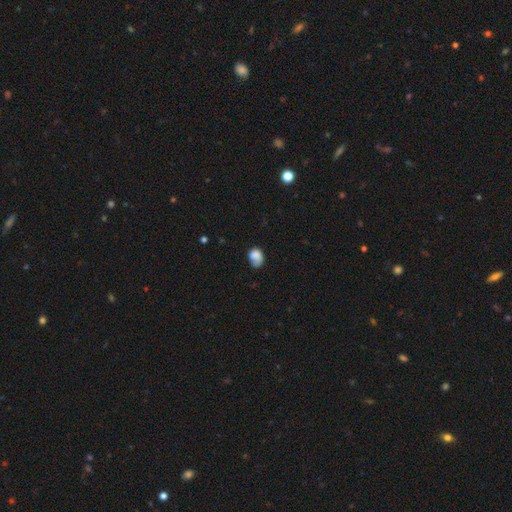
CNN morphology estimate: A smooth galaxy with no disk features (79%) that is in between round and cigar-shaped (61%). Merging: none (43%).